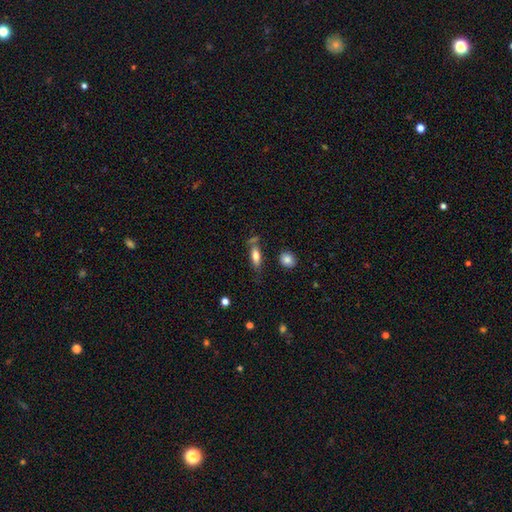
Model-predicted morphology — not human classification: Smooth or featured? Predicted: smooth (p=0.73). How rounded? Predicted: in between (p=0.66). Merging? Predicted: none (p=0.61).